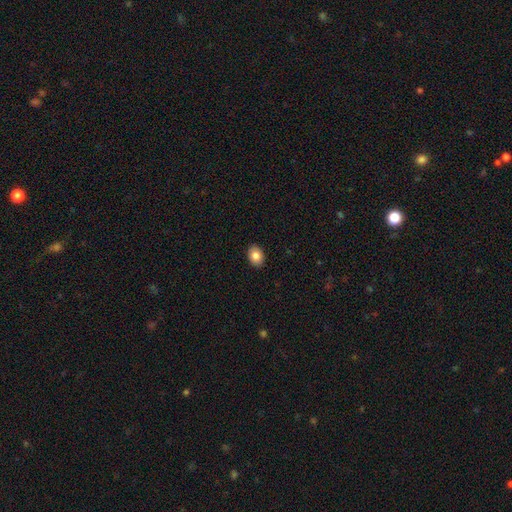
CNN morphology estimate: A smooth galaxy with no disk features (84%) that is in between round and cigar-shaped (74%). Merging: none (91%).